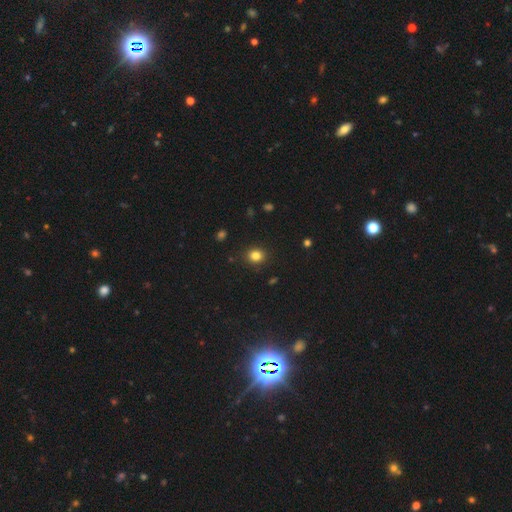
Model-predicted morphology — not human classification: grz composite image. It shows a smooth galaxy with no disk features (83%) that is round (74%). Merging: none (89%).